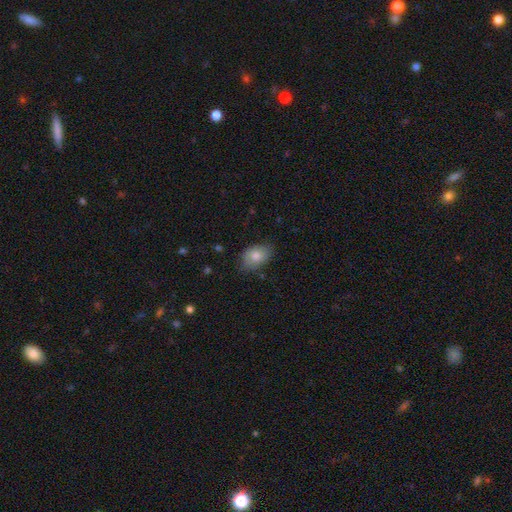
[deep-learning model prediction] Q: Smooth or featured?
A: smooth (78%); runner-up: featured or disk (14%)
Q: How rounded?
A: in between (85%); runner-up: round (13%)
Q: Merging?
A: none (75%); runner-up: minor disturbance (20%)